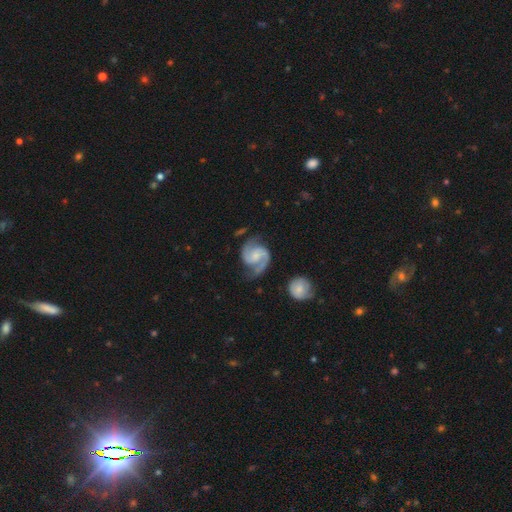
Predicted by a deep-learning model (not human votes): smooth_or_featured: featured or disk (p=0.91) [alt: smooth p=0.05]
disk_edge_on: no (p=0.98) [alt: yes p=0.02]
bar: no (p=0.51) [alt: weak p=0.39]
has_spiral_arms: yes (p=0.98) [alt: no p=0.02]
spiral_winding: medium (p=0.58) [alt: tight p=0.26]
spiral_arm_count: 2 (p=0.93) [alt: 1 p=0.02]
bulge_size: small (p=0.45) [alt: moderate p=0.32]
merging: none (p=0.73) [alt: minor disturbance p=0.17]